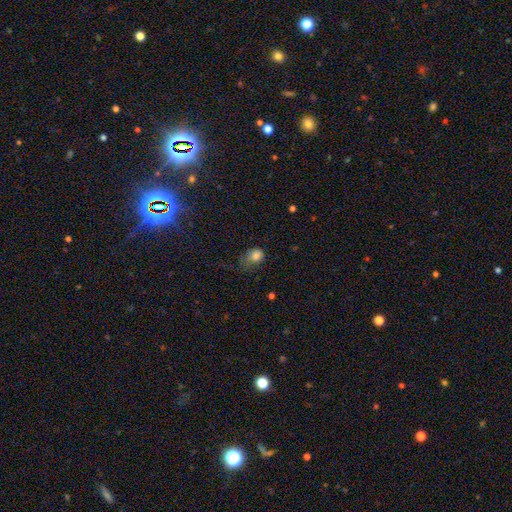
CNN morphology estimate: Smooth or featured? smooth (80%)
How rounded? in between (61%)
Merging? major disturbance (36%)